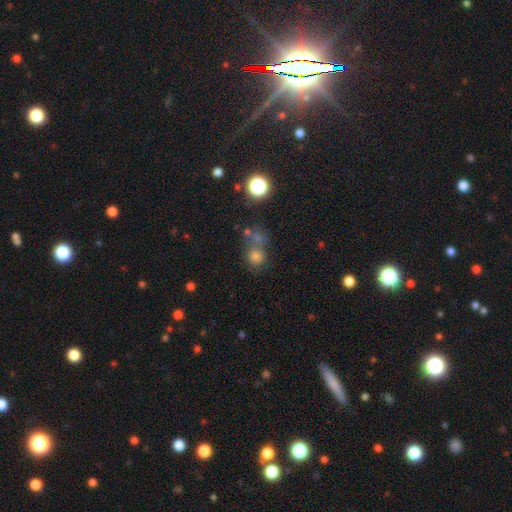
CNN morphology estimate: Smooth or featured? smooth (65%)
How rounded? round (83%)
Merging? none (53%)